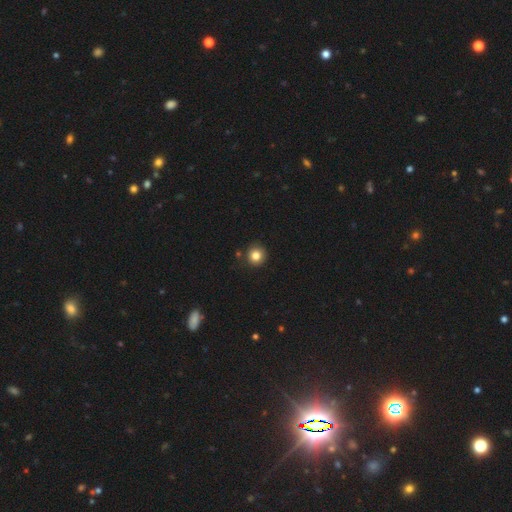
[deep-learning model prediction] smooth-or-featured: smooth: 83% | star or artifact: 11% | featured or disk: 6%
  how-rounded: round: 94% | in between: 5% | cigar-shaped: 1%
  merging: none: 87% | minor disturbance: 8% | merger: 3% | major disturbance: 2%